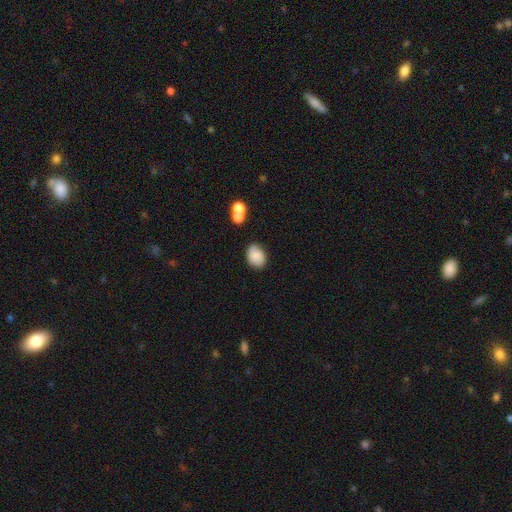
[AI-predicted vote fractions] Smooth or featured? Predicted: smooth (p=0.78). How rounded? Predicted: in between (p=0.66). Merging? Predicted: none (p=0.71).